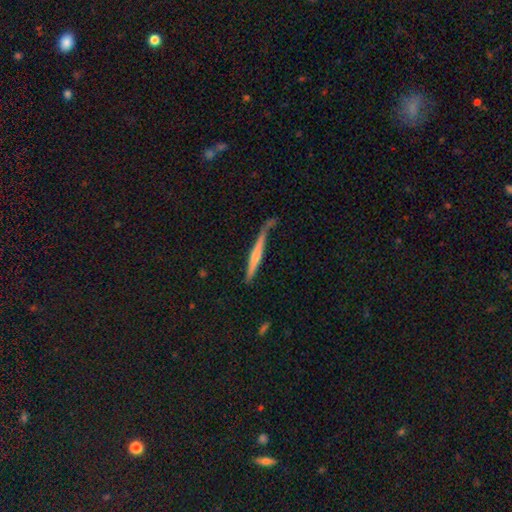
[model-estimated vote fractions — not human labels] This is possibly a featured or disk galaxy (53%). It is clearly viewed edge-on (95%). Edge-on bulge: possibly rounded (50%). Merging: likely none (61%).